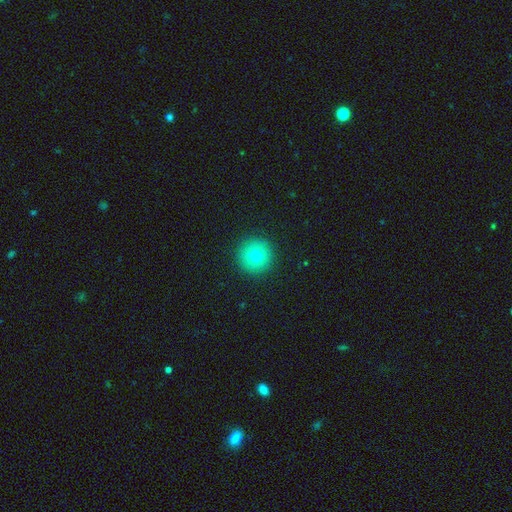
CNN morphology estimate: This appears to be a smooth galaxy with no disk features (74%) that is round (96%). Merging: none (93%).